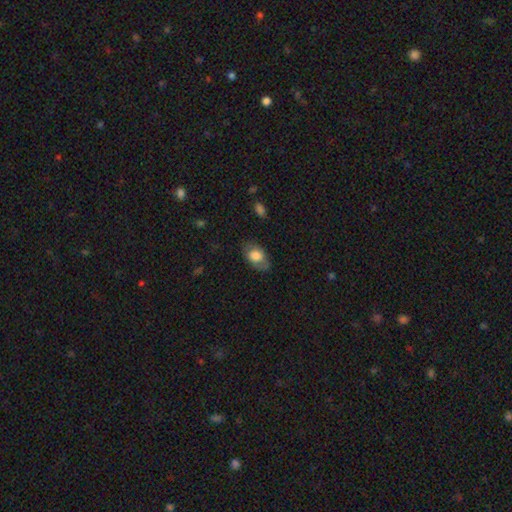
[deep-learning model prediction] Smooth or featured: smooth — 70% (featured or disk — 23%)
How rounded: in between — 87% (round — 11%)
Merging: none — 72% (minor disturbance — 20%)